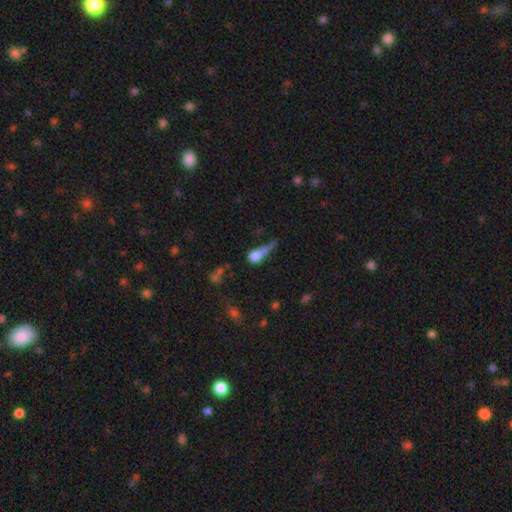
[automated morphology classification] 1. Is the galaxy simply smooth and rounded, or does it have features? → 61% smooth, 26% featured or disk, 13% star or artifact.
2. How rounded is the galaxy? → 37% in between, 33% round, 30% cigar-shaped.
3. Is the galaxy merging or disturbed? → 40% major disturbance, 26% none, 18% minor disturbance, 16% merger.